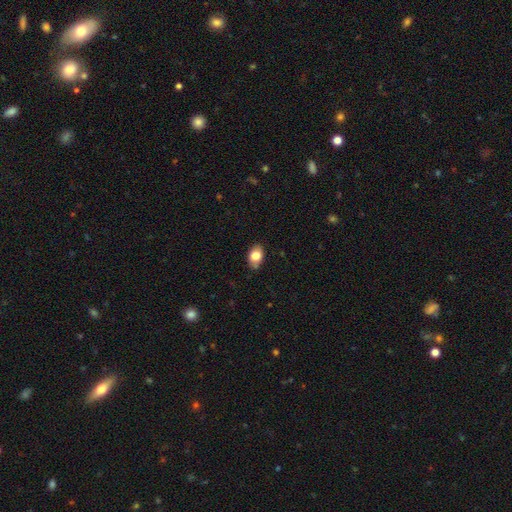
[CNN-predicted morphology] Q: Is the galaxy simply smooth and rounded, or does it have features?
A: smooth — 81%.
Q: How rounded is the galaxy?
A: in between — 81%.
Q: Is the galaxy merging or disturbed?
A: none — 81%.